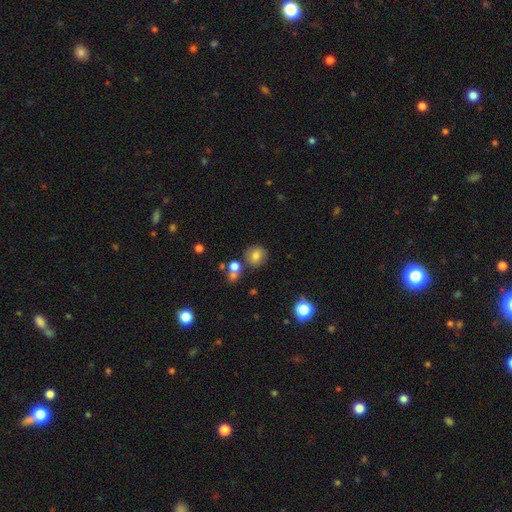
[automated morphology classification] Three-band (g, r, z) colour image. It shows a smooth galaxy with no disk features (75%) that is round (83%). Merging: none (73%).